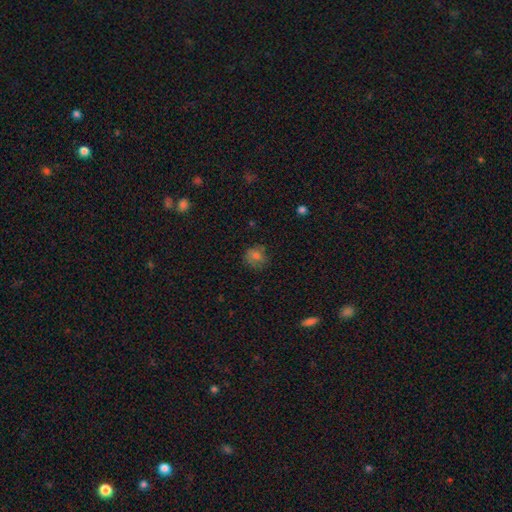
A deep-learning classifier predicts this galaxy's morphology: type=smooth (71%); roundness=round (75%); merging=none (71%).